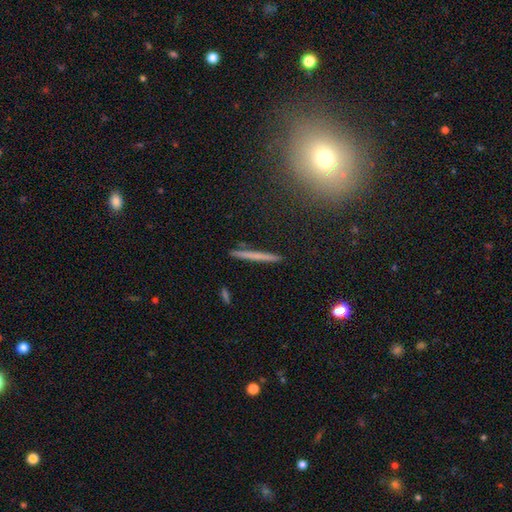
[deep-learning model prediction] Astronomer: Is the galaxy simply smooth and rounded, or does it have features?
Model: smooth — 52% (runner-up: featured or disk, 40%).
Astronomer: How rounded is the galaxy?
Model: cigar-shaped — 96%.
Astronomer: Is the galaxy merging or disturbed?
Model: none — 91%.